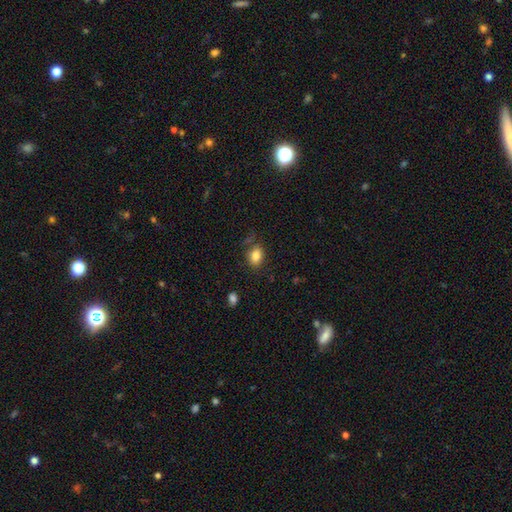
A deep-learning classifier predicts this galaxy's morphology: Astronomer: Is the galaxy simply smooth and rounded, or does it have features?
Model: smooth — 84%.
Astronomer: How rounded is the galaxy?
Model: in between — 75%.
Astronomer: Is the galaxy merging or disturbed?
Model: none — 74%.